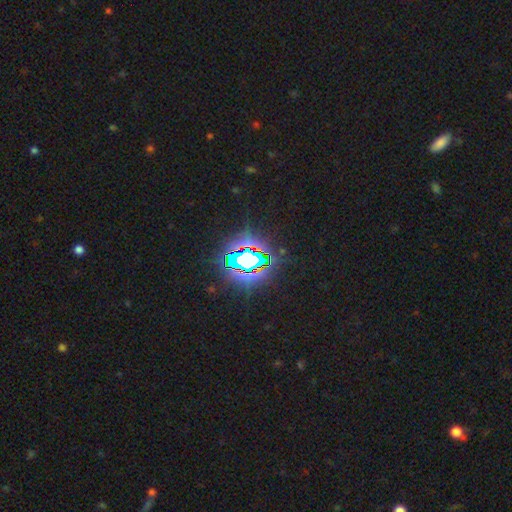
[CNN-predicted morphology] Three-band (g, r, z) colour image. It shows a star or artifact, not a galaxy (81%).